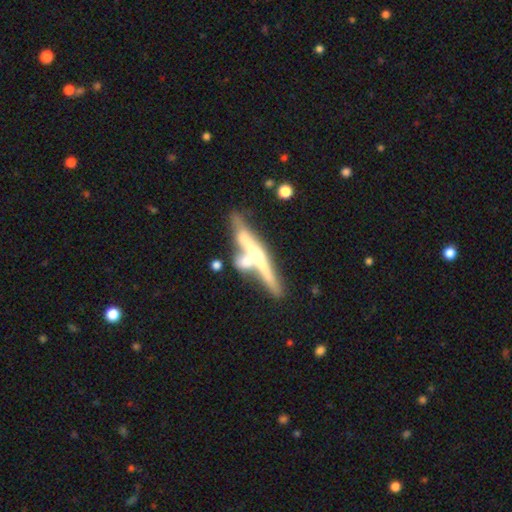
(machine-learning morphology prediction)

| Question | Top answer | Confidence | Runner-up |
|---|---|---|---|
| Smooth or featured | featured or disk | 70% | smooth (23%) |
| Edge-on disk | yes | 93% | no (7%) |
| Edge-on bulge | rounded | 82% | none (13%) |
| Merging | none | 49% | merger (32%) |